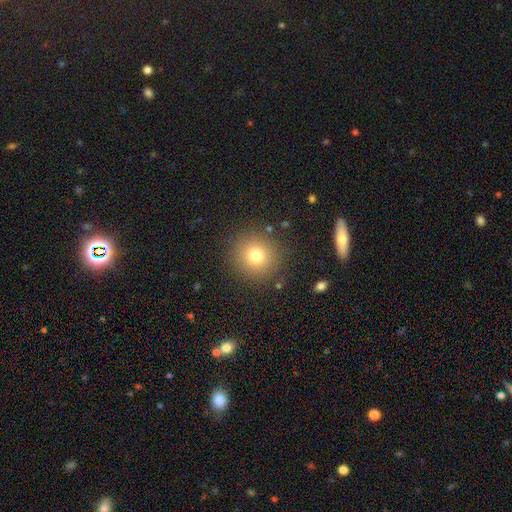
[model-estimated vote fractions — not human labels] Smooth or featured? Predicted: smooth (p=0.76). How rounded? Predicted: round (p=0.93). Merging? Predicted: none (p=0.88).